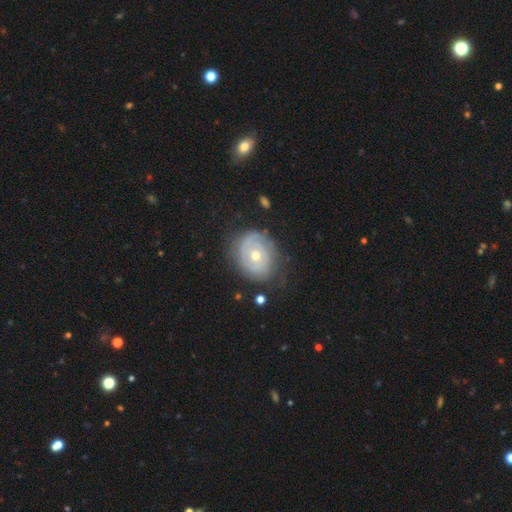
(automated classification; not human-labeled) smooth-or-featured: featured or disk: 72% | smooth: 21% | star or artifact: 7%
  disk-edge-on: no: 97% | yes: 3%
    bar: no: 83% | weak: 14% | strong: 3%
    has-spiral-arms: yes: 78% | no: 22%
      spiral-winding: tight: 73% | medium: 19% | loose: 8%
      spiral-arm-count: can't tell: 42% | 2: 33% | 3: 11% | 1: 7% | 4: 4% | more than 4: 4%
    bulge-size: moderate: 50% | small: 47% | large: 2% | none: 1% | dominant: 1%
  merging: none: 72% | minor disturbance: 19% | major disturbance: 7% | merger: 2%